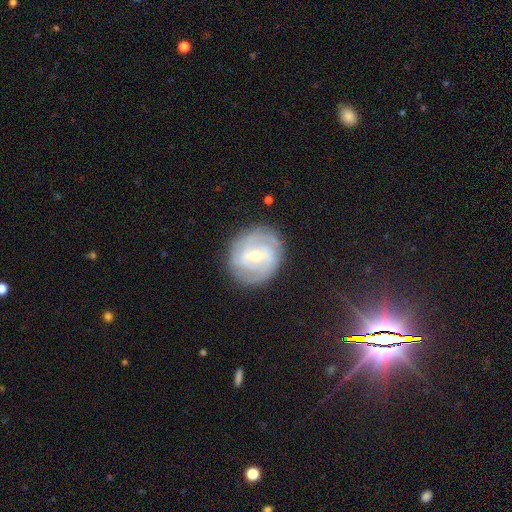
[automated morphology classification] The model was most divided on "spiral arm count": 2: 35%, can't tell: 34%, 3: 16%, 4: 6%, 1: 5%, more than 4: 4%. More confident: edge-on disk — no (97%); spiral arms — yes (87%); merging — none (83%); smooth or featured — featured or disk (78%); spiral winding — tight (62%); bulge size — moderate (60%); bar — weak (52%).